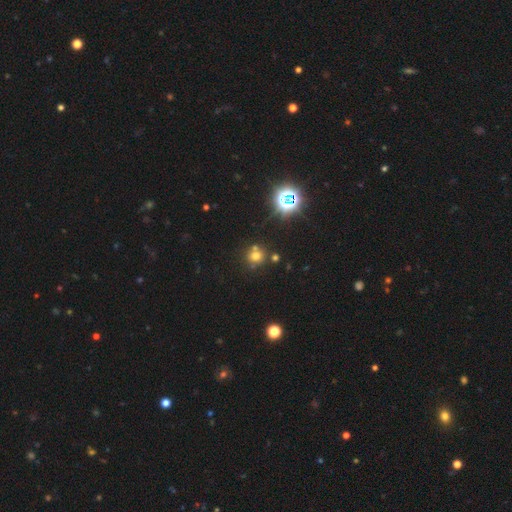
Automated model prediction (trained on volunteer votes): A smooth galaxy with no disk features (62%) that is round (88%).

Vote fractions:
- Smooth or featured? smooth: 62% / star or artifact: 28% / featured or disk: 10%
- How rounded? round: 88% / in between: 11% / cigar-shaped: 1%
- Merging? none: 67% / merger: 19% / minor disturbance: 10% / major disturbance: 4%